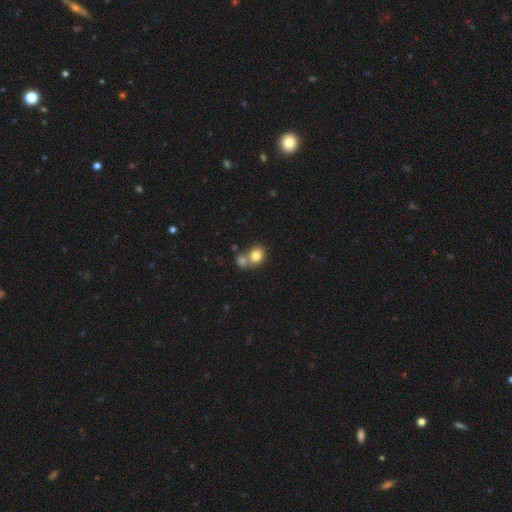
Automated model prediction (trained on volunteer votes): Smooth or featured? smooth (80%)
How rounded? round (74%)
Merging? merger (50%)